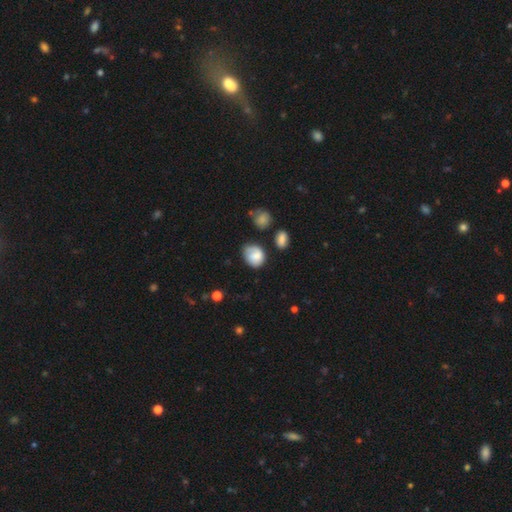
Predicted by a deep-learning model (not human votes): Smooth or featured? smooth (75%)
How rounded? round (54%)
Merging? none (53%)